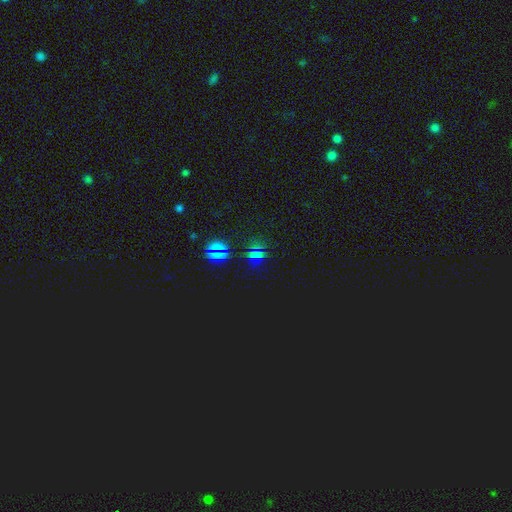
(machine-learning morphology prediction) Smooth or featured? star or artifact (70%)